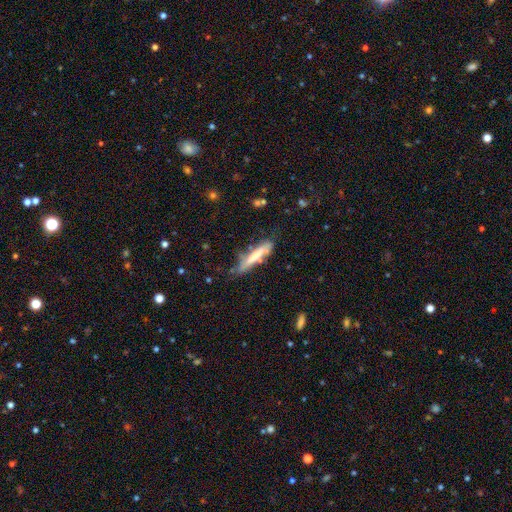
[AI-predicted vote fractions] Smooth or featured?
  - smooth: 59% *
  - featured or disk: 35%
  - star or artifact: 7%
How rounded?
  - cigar-shaped: 87% *
  - in between: 12%
  - round: 1%
Merging?
  - none: 57% *
  - minor disturbance: 28%
  - major disturbance: 10%
  - merger: 6%